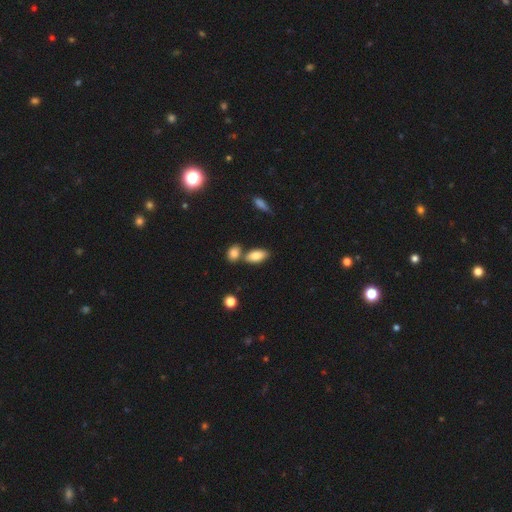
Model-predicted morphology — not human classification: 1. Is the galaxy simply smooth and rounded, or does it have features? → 82% smooth, 11% featured or disk, 7% star or artifact.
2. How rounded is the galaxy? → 89% in between, 7% cigar-shaped, 4% round.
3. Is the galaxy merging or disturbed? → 60% none, 25% merger, 11% minor disturbance, 3% major disturbance.